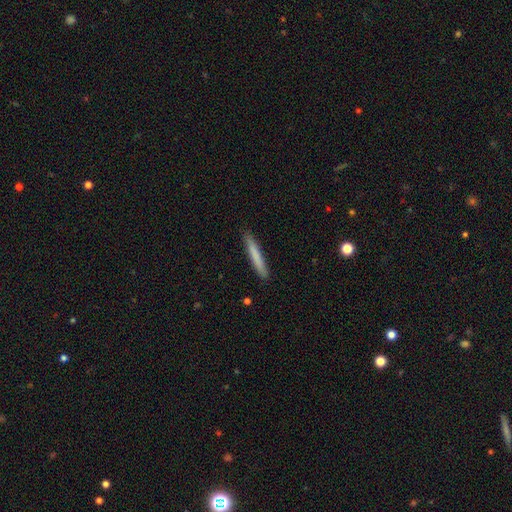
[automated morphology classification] smooth_or_featured: smooth (p=0.76) [alt: featured or disk p=0.18]
how_rounded: cigar-shaped (p=0.96) [alt: in between p=0.03]
merging: none (p=0.90) [alt: minor disturbance p=0.07]